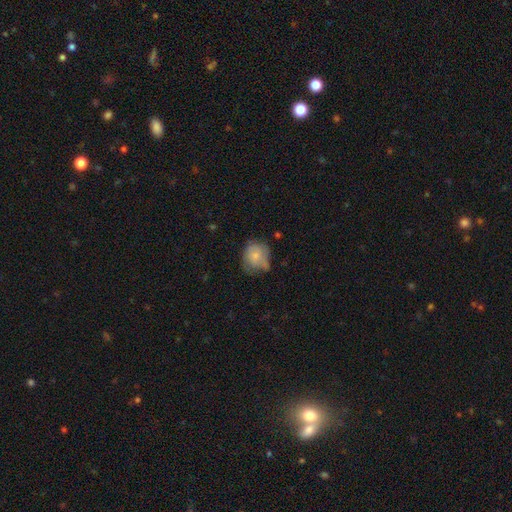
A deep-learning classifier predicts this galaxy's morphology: A smooth galaxy with no disk features (66%) that is round (66%). Merging: none (45%).